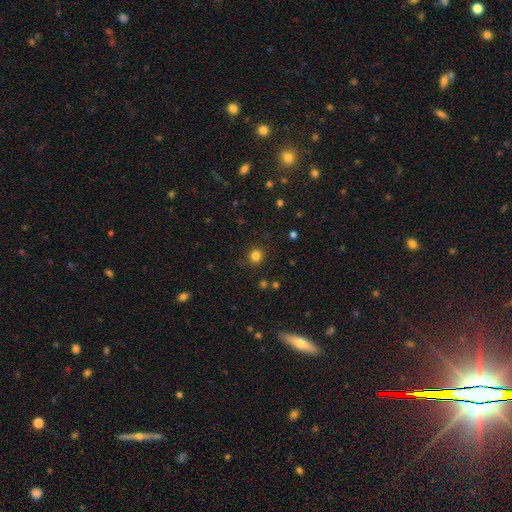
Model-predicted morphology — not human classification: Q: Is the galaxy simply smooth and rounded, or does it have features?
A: smooth — 82%.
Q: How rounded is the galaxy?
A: round — 84%.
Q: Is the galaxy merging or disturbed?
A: none — 87%.